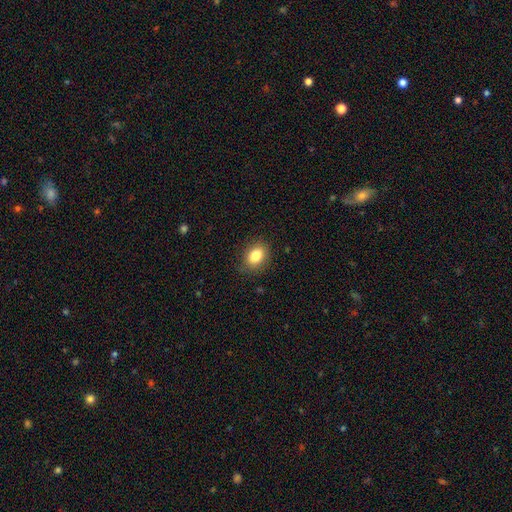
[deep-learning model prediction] smooth_or_featured: smooth (p=0.83) [alt: star or artifact p=0.09]
how_rounded: in between (p=0.65) [alt: round p=0.34]
merging: none (p=0.86) [alt: minor disturbance p=0.10]